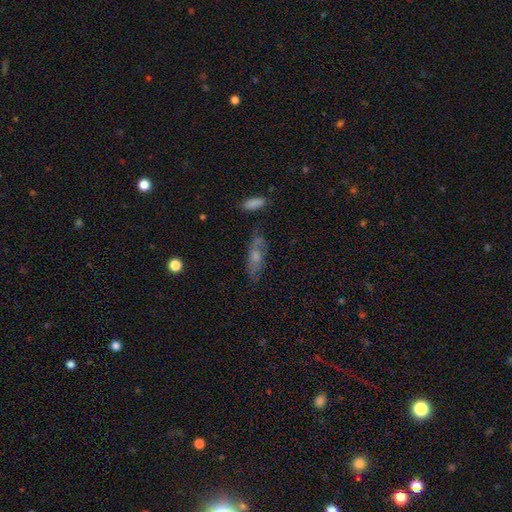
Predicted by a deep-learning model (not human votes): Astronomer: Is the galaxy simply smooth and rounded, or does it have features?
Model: smooth — 47% (runner-up: featured or disk, 42%).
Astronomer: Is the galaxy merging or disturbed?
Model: none — 67%.